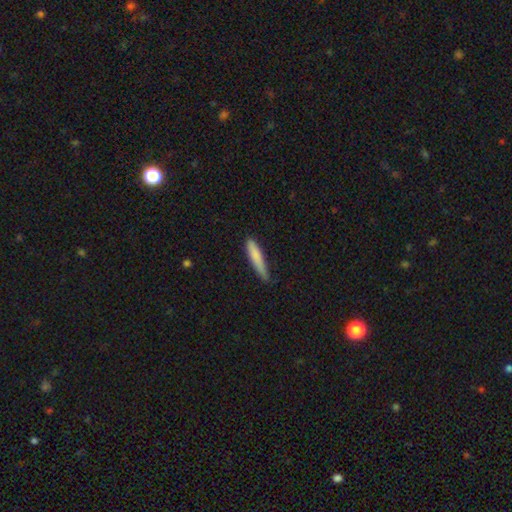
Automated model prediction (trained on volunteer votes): Morphology: type=smooth (81%); roundness=cigar-shaped (88%); merging=none (65%).